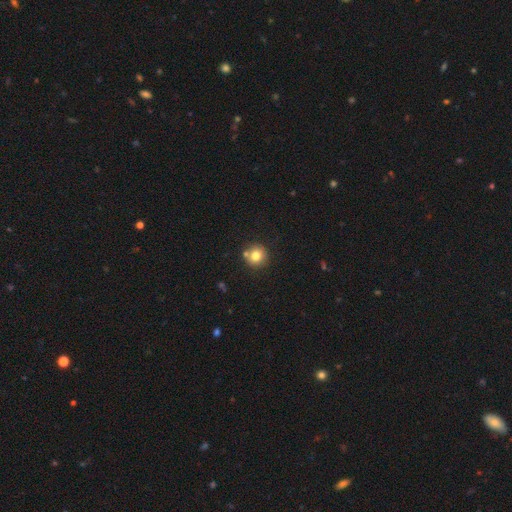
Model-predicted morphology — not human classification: A smooth galaxy with no disk features (77%) that is round (92%). Merging: none (76%).